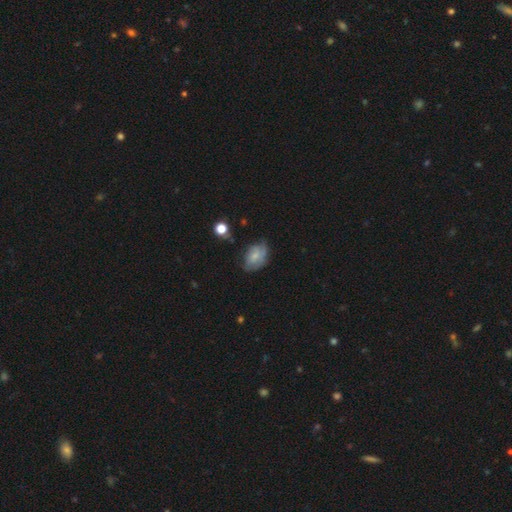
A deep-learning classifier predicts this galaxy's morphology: Smooth or featured: smooth — 51% (featured or disk — 40%)
How rounded: in between — 80% (round — 19%)
Merging: none — 47% (minor disturbance — 34%)